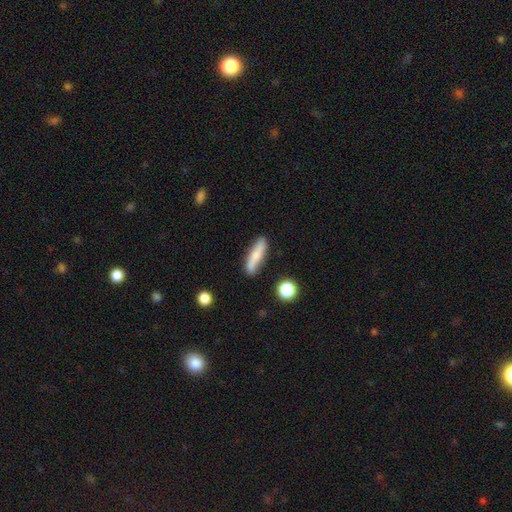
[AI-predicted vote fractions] smooth_or_featured: smooth (p=0.67) [alt: featured or disk p=0.26]
how_rounded: cigar-shaped (p=0.75) [alt: in between p=0.23]
merging: none (p=0.82) [alt: minor disturbance p=0.13]